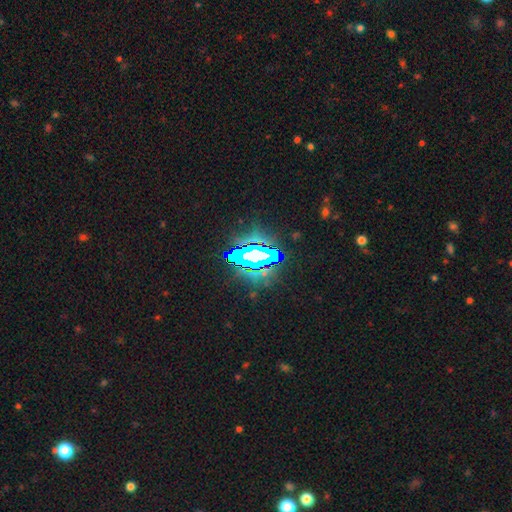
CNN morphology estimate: A star or artifact, not a galaxy (69%).